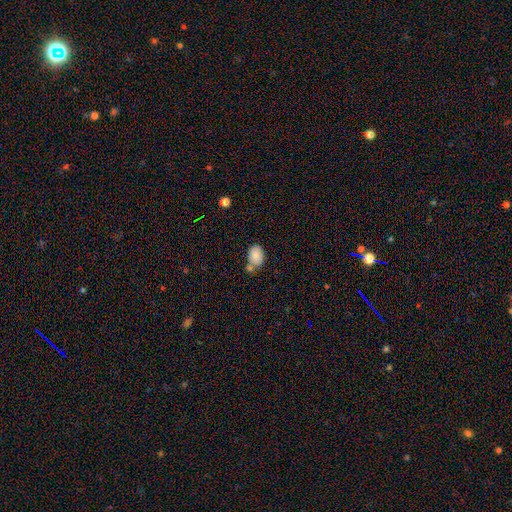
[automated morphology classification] smooth_or_featured: smooth (p=0.83) [alt: featured or disk p=0.09]
how_rounded: in between (p=0.80) [alt: round p=0.19]
merging: none (p=0.50) [alt: merger p=0.27]